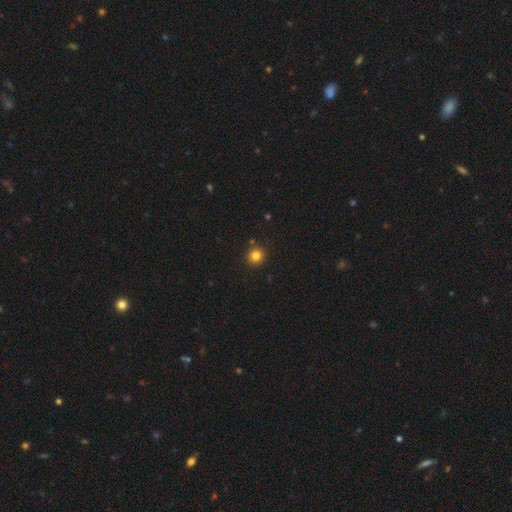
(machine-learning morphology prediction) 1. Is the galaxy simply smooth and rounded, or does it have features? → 82% smooth, 13% star or artifact, 5% featured or disk.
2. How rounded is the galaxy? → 90% round, 9% in between, 1% cigar-shaped.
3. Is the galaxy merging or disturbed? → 88% none, 7% minor disturbance, 3% merger, 2% major disturbance.